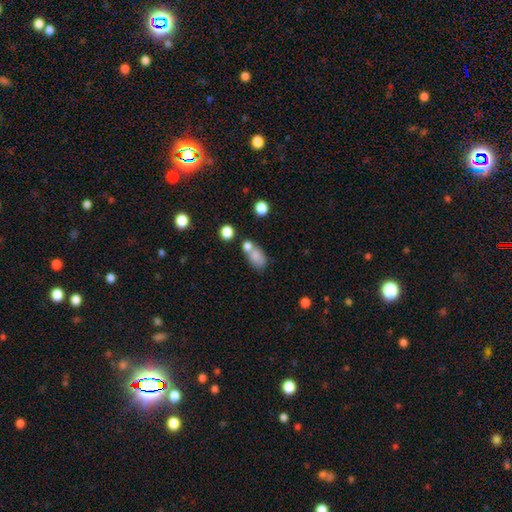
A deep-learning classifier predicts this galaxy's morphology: A smooth galaxy with no disk features (75%) that is in between round and cigar-shaped (83%). Merging: none (43%).